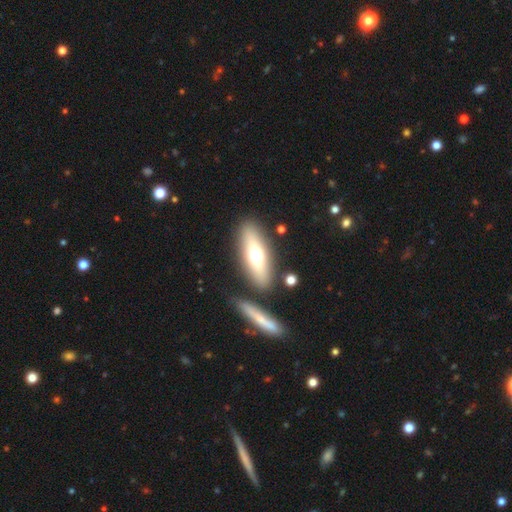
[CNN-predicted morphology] Q: Smooth or featured?
A: smooth (53%); runner-up: featured or disk (39%)
Q: How rounded?
A: in between (55%); runner-up: cigar-shaped (41%)
Q: Merging?
A: none (82%); runner-up: minor disturbance (9%)